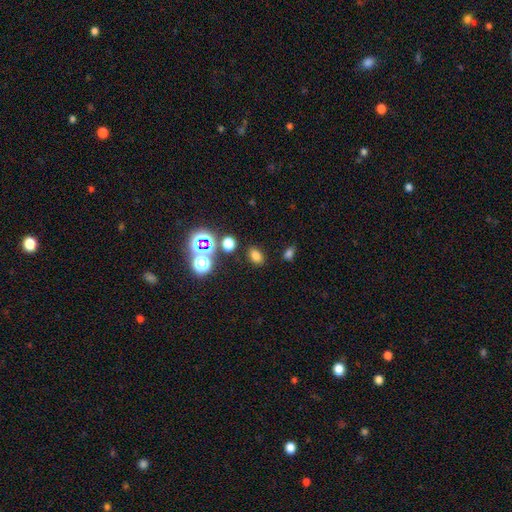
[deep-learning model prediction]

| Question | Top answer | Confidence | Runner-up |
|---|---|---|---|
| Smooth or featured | smooth | 72% | star or artifact (22%) |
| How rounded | in between | 74% | round (24%) |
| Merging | none | 84% | minor disturbance (9%) |